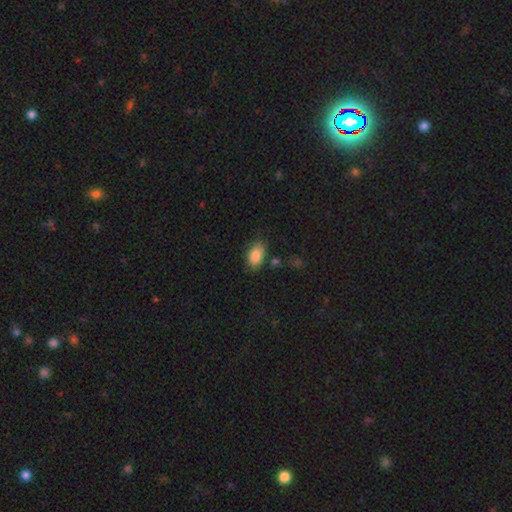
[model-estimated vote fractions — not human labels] smooth 86%, star or artifact 8%, featured or disk 6%. Down the decision tree: how rounded — in between (90%); merging — none (72%).